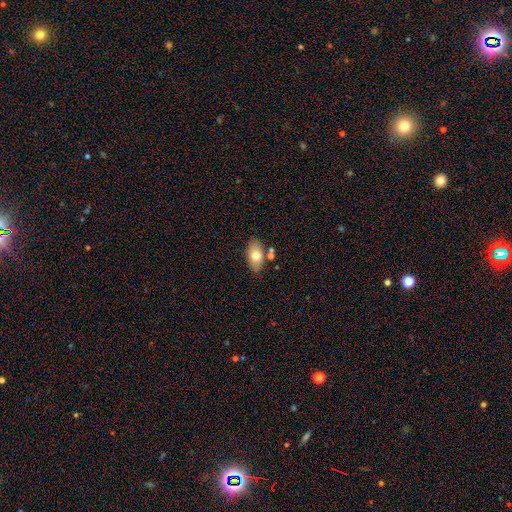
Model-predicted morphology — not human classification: A smooth galaxy with no disk features (72%) that is in between round and cigar-shaped (91%). Merging: none (76%).